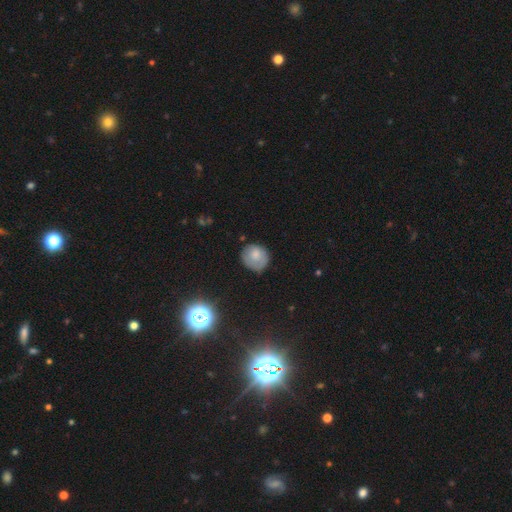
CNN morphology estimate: type=smooth (75%); roundness=round (79%); merging=none (69%).